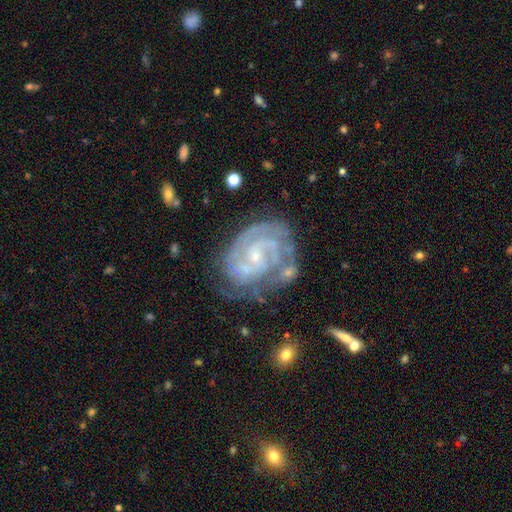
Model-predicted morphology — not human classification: smooth_or_featured: featured or disk (p=0.89) [alt: smooth p=0.06]
disk_edge_on: no (p=0.98) [alt: yes p=0.02]
bar: no (p=0.57) [alt: weak p=0.34]
has_spiral_arms: yes (p=0.97) [alt: no p=0.03]
spiral_winding: tight (p=0.71) [alt: medium p=0.25]
spiral_arm_count: 2 (p=0.43) [alt: 3 p=0.22]
bulge_size: small (p=0.74) [alt: moderate p=0.19]
merging: none (p=0.62) [alt: minor disturbance p=0.22]